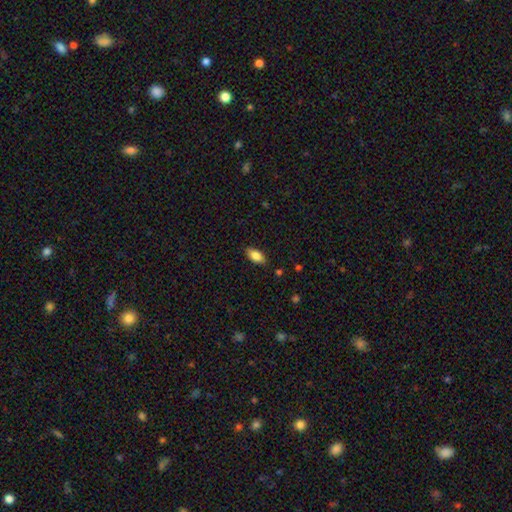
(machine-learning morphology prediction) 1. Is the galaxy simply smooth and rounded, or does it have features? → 83% smooth, 10% featured or disk, 7% star or artifact.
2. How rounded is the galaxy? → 89% in between, 8% cigar-shaped, 3% round.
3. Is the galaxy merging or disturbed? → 85% none, 11% minor disturbance, 2% major disturbance, 1% merger.